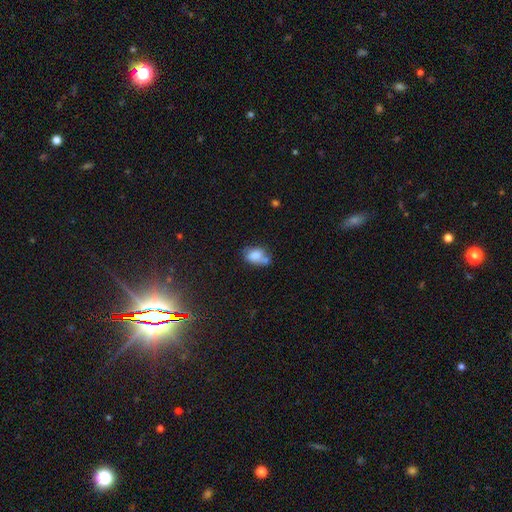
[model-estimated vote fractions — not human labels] The model was most divided on "merging": none: 36%, merger: 29%, minor disturbance: 25%, major disturbance: 10%. More confident: how rounded — in between (81%); smooth or featured — smooth (75%).